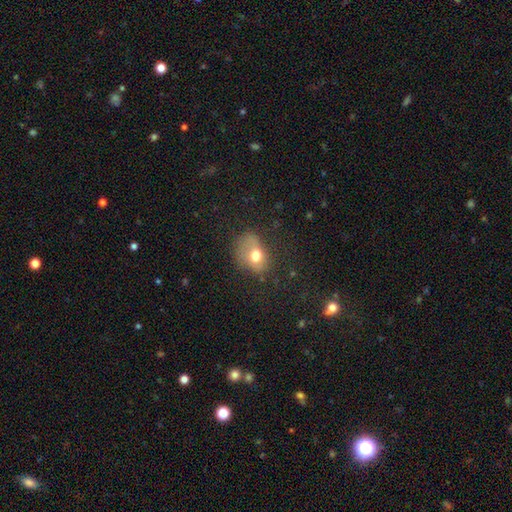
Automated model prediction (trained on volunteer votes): Smooth or featured: smooth — 69% (featured or disk — 19%)
How rounded: in between — 68% (round — 31%)
Merging: none — 41% (minor disturbance — 30%)